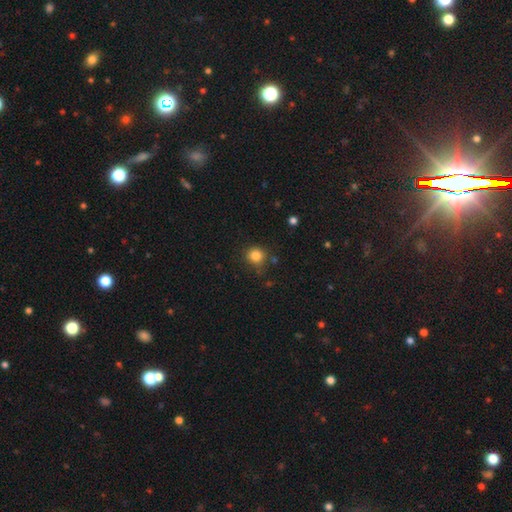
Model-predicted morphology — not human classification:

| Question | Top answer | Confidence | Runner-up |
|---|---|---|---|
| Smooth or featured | smooth | 84% | star or artifact (12%) |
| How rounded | round | 89% | in between (10%) |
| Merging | none | 81% | minor disturbance (12%) |